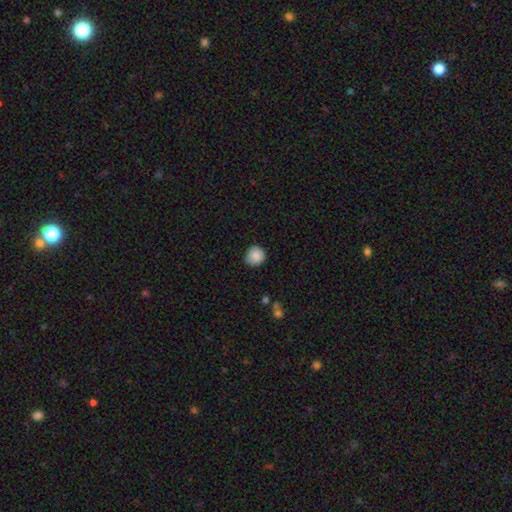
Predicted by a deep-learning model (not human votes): Smooth or featured?
  - smooth: 88% *
  - star or artifact: 8%
  - featured or disk: 4%
How rounded?
  - round: 93% *
  - in between: 6%
  - cigar-shaped: 1%
Merging?
  - none: 86% *
  - minor disturbance: 10%
  - major disturbance: 2%
  - merger: 1%